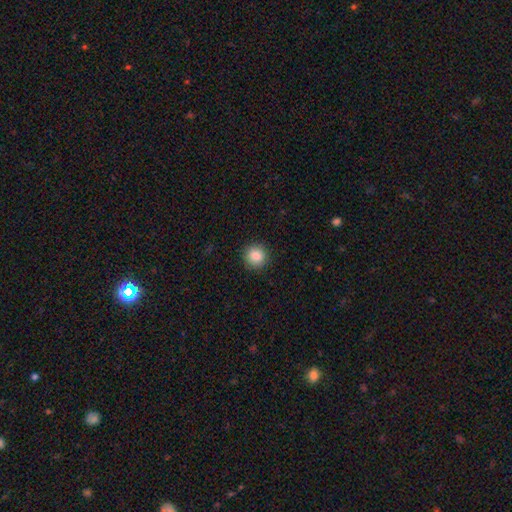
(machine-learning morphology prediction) Smooth or featured: smooth — 87% (star or artifact — 9%)
How rounded: round — 94% (in between — 5%)
Merging: none — 91% (minor disturbance — 6%)